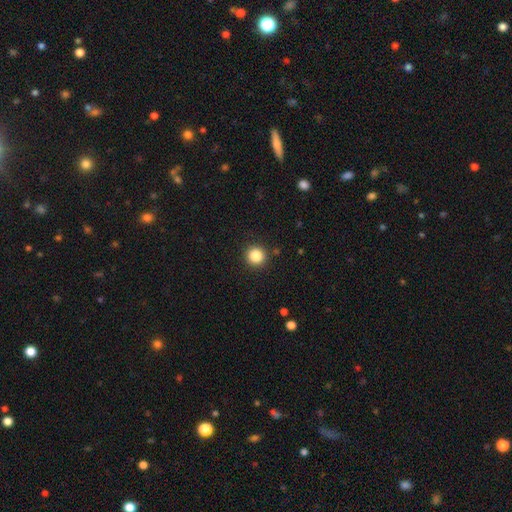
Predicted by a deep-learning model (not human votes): smooth_or_featured: smooth (p=0.85) [alt: star or artifact p=0.11]
how_rounded: round (p=0.94) [alt: in between p=0.05]
merging: none (p=0.91) [alt: minor disturbance p=0.06]